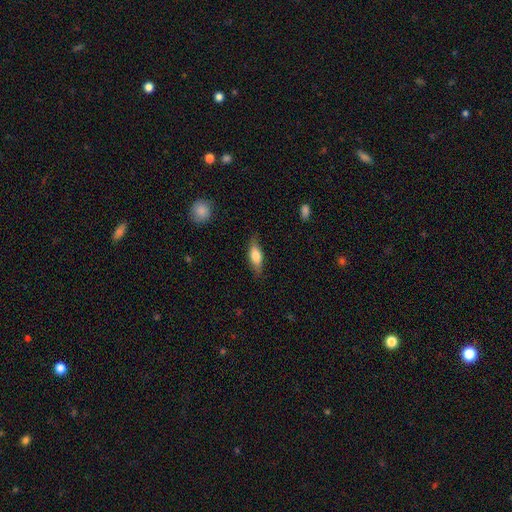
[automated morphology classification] A smooth galaxy with no disk features (68%) that is in between round and cigar-shaped (60%).

Vote fractions:
- Smooth or featured? smooth: 68% / featured or disk: 26% / star or artifact: 6%
- How rounded? in between: 60% / cigar-shaped: 36% / round: 3%
- Merging? none: 80% / minor disturbance: 16% / major disturbance: 3% / merger: 1%